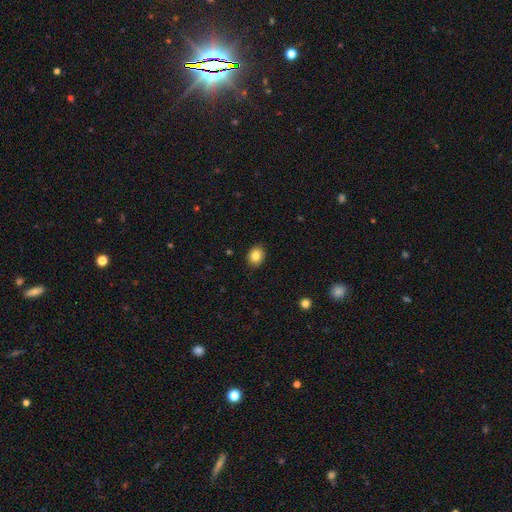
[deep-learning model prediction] Overall: smooth (84%). How rounded: in between (50%; round 49%). Merging: none (90%).